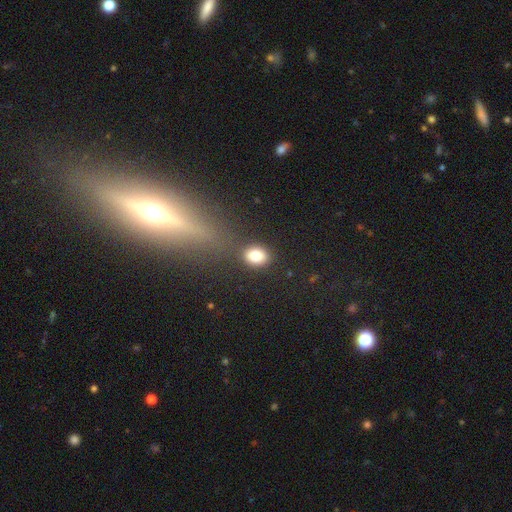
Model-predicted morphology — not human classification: This is clearly a smooth galaxy (82%). How rounded: likely in between (64%). Merging: likely none (79%).